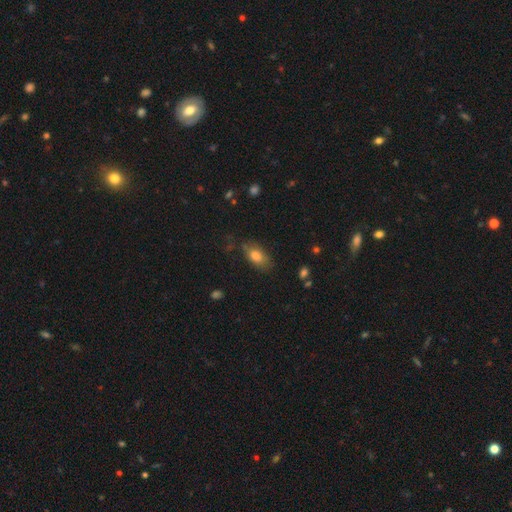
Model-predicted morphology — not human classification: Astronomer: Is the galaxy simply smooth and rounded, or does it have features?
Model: smooth — 78%.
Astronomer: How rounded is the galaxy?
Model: in between — 88%.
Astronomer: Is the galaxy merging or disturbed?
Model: none — 68%.